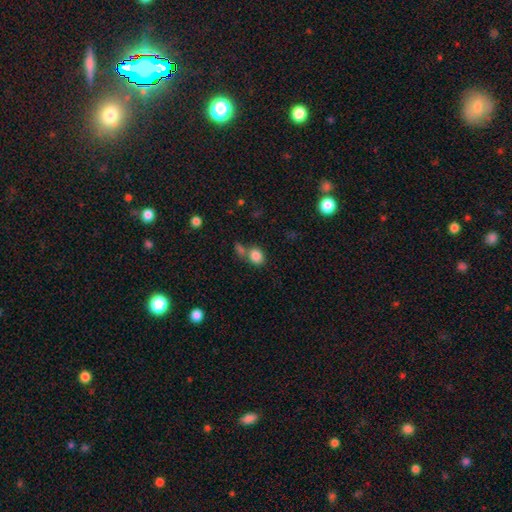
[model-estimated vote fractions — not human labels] The model was most divided on "how rounded": round: 52%, in between: 47%, cigar-shaped: 1%. More confident: smooth or featured — smooth (85%); merging — none (54%).